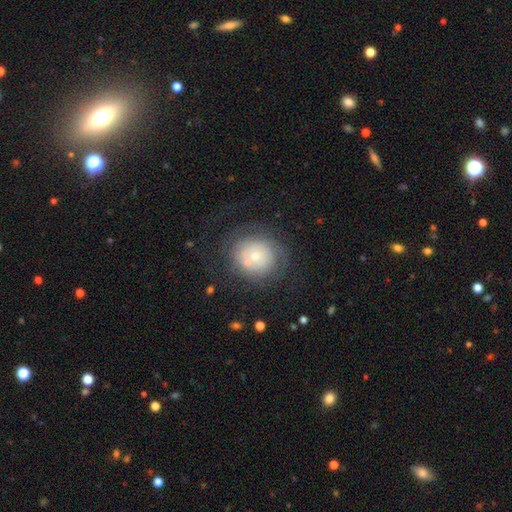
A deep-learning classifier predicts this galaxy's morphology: smooth-or-featured: smooth: 49% | featured or disk: 42% | star or artifact: 9%
  merging: none: 61% | minor disturbance: 17% | major disturbance: 12% | merger: 9%